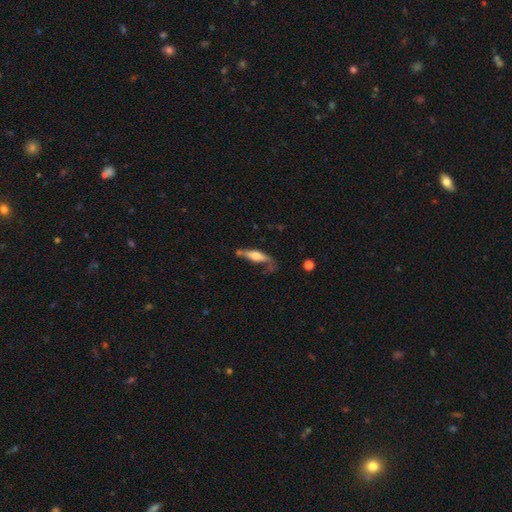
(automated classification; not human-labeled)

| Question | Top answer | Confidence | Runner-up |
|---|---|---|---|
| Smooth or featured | smooth | 48% | featured or disk (45%) |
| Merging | none | 41% | minor disturbance (26%) |